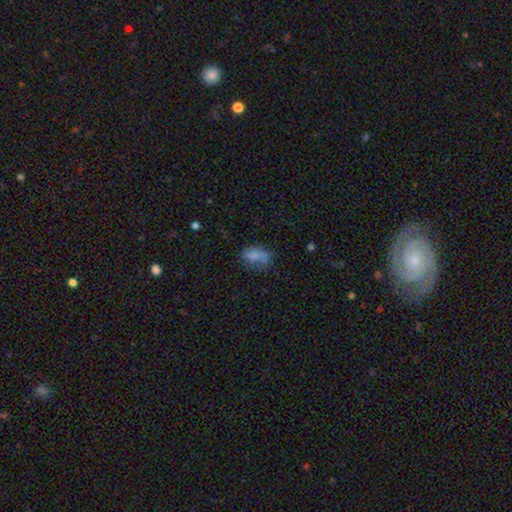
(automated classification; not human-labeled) A smooth galaxy with no disk features (74%) that is in between round and cigar-shaped (86%).

Vote fractions:
- Smooth or featured? smooth: 74% / featured or disk: 15% / star or artifact: 11%
- How rounded? in between: 86% / round: 10% / cigar-shaped: 4%
- Merging? none: 45% / minor disturbance: 30% / major disturbance: 20% / merger: 5%